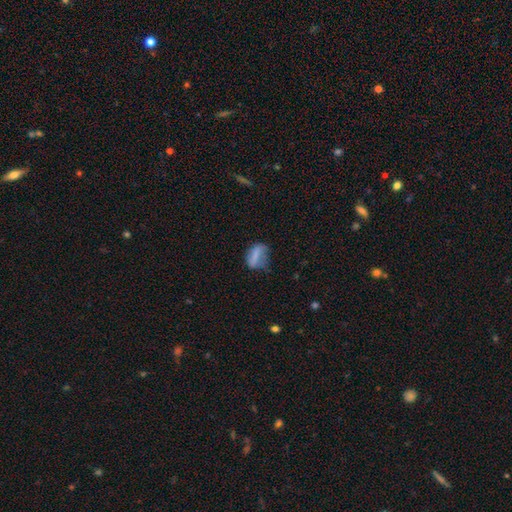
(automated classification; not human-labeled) Overall: smooth (68%). How rounded: in between (75%). Merging: none (43%; minor disturbance 34%).